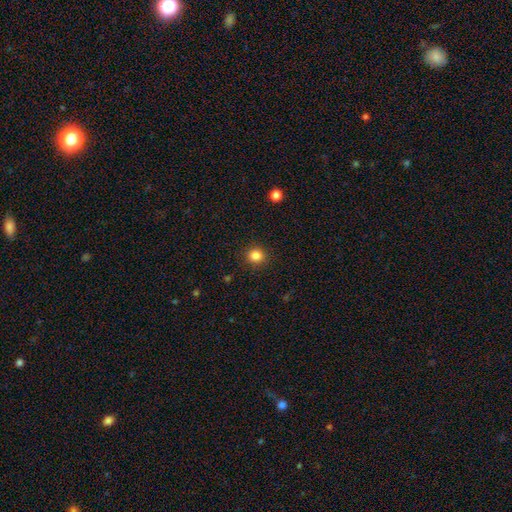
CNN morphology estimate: Smooth or featured? Predicted: smooth (p=0.84). How rounded? Predicted: round (p=0.88). Merging? Predicted: none (p=0.91).